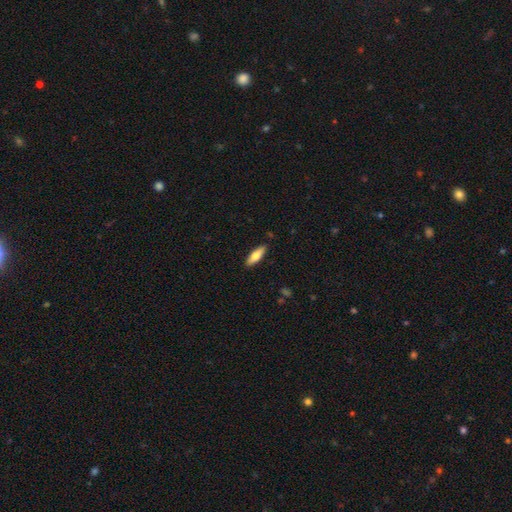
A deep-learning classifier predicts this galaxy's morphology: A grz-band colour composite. It shows a smooth galaxy with no disk features (70%) that is in between round and cigar-shaped (51%). Merging: none (89%).